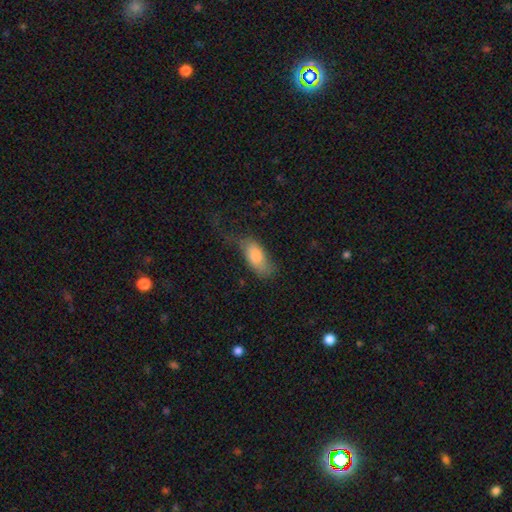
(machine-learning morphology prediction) type=smooth (80%); roundness=in between (90%); merging=major disturbance (35%).